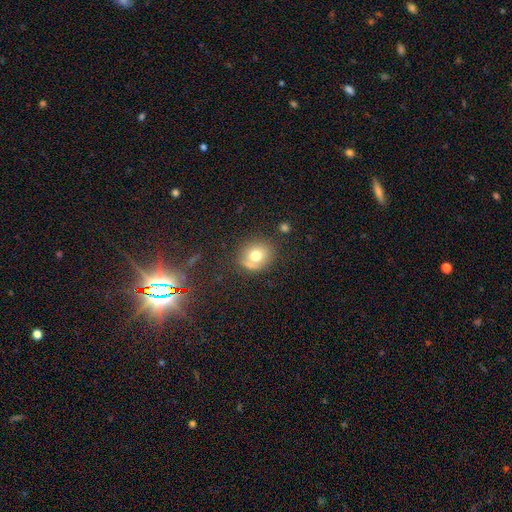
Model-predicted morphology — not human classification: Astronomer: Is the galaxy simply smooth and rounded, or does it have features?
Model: smooth — 71%.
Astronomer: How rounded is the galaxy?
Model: round — 72%.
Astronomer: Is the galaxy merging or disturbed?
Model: none — 66%.